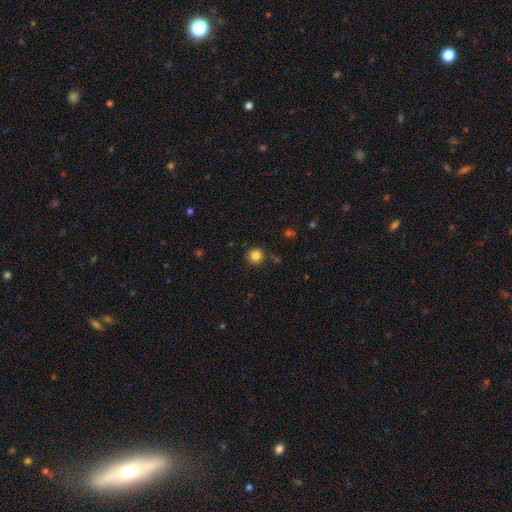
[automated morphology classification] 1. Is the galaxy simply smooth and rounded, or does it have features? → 84% smooth, 11% star or artifact, 5% featured or disk.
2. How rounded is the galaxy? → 94% round, 5% in between, 1% cigar-shaped.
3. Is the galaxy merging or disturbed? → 86% none, 9% minor disturbance, 3% merger, 3% major disturbance.